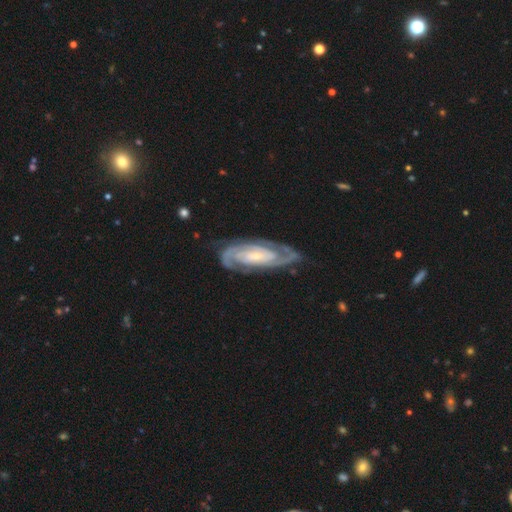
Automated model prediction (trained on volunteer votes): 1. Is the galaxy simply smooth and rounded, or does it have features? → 90% featured or disk, 6% smooth, 4% star or artifact.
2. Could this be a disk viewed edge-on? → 94% no, 6% yes.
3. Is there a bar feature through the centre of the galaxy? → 47% no, 34% weak, 19% strong.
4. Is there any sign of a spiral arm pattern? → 98% yes, 2% no.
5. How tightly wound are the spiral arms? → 67% tight, 29% medium, 5% loose.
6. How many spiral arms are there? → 76% 2, 9% can't tell, 8% 3, 3% 4, 2% 1, 2% more than 4.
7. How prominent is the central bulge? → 68% small, 24% moderate, 4% none, 3% large, 1% dominant.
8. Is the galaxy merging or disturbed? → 79% none, 14% minor disturbance, 5% major disturbance, 1% merger.